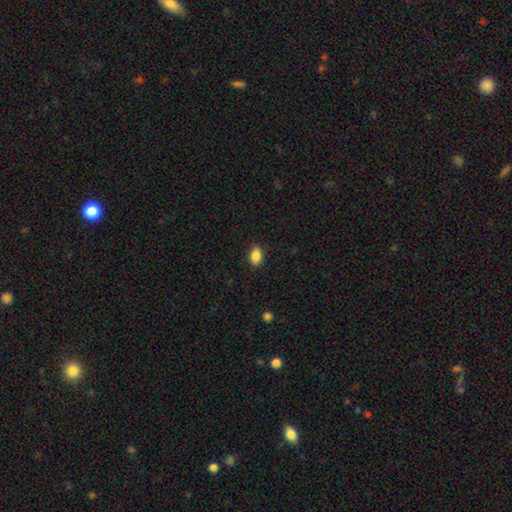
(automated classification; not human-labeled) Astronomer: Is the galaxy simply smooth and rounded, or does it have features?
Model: smooth — 87%.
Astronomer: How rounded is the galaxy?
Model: in between — 87%.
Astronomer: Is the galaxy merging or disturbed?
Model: none — 88%.